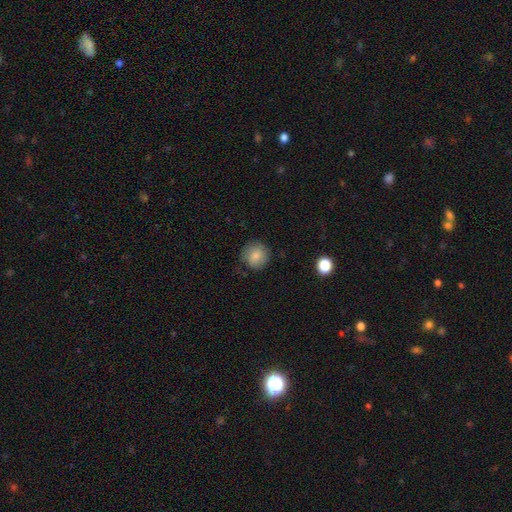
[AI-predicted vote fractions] This is likely a smooth galaxy (79%). How rounded: clearly round (91%). Merging: likely none (78%).